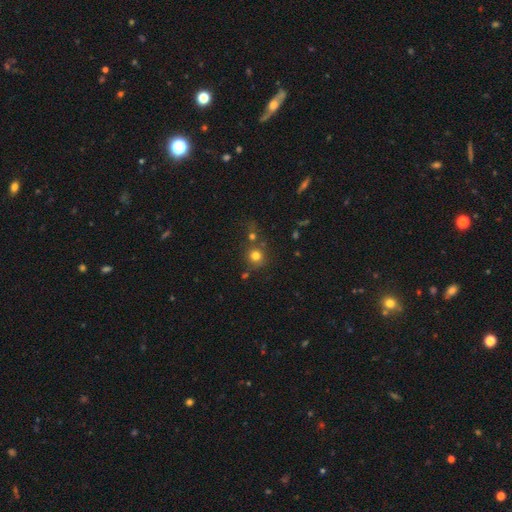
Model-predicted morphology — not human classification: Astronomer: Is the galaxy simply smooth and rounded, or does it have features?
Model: smooth — 75%.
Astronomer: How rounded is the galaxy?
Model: round — 90%.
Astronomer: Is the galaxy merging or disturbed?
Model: none — 67%.